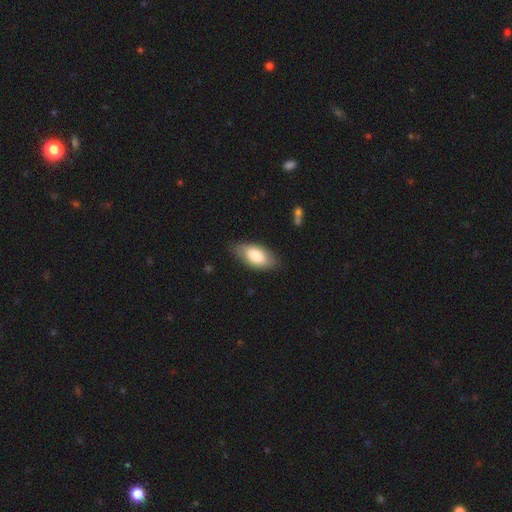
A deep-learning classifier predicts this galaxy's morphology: A smooth galaxy with no disk features (77%) that is in between round and cigar-shaped (92%).

Vote fractions:
- Smooth or featured? smooth: 77% / featured or disk: 17% / star or artifact: 6%
- How rounded? in between: 92% / cigar-shaped: 5% / round: 3%
- Merging? none: 79% / minor disturbance: 17% / major disturbance: 3% / merger: 1%